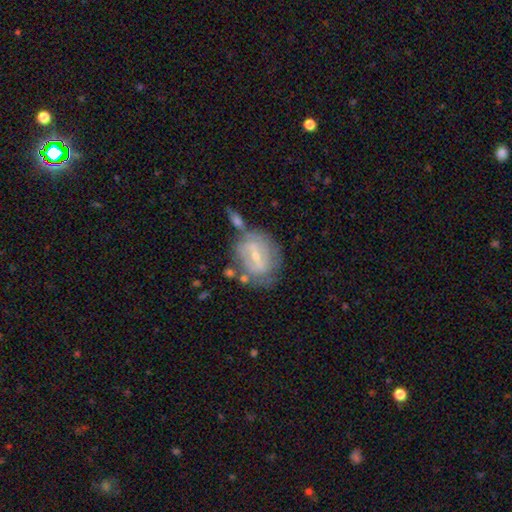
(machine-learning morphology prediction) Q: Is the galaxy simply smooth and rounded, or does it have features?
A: featured or disk — 69%.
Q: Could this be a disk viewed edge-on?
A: no — 95%.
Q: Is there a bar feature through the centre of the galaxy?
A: weak — 50%.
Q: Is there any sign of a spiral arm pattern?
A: yes — 71%.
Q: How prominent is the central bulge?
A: small — 61%.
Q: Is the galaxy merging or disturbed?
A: none — 50%.